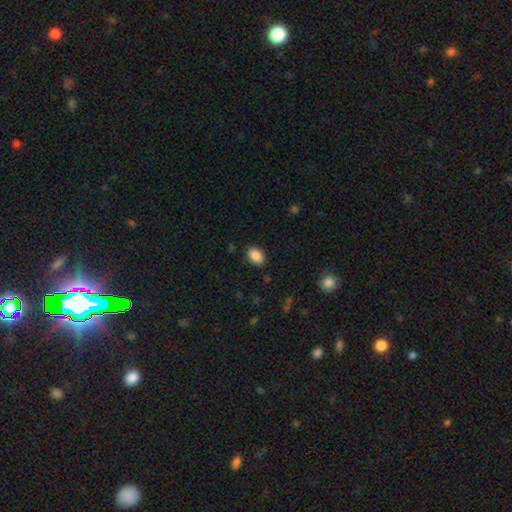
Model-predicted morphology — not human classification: Q: Smooth or featured?
A: smooth (89%); runner-up: star or artifact (7%)
Q: How rounded?
A: in between (88%); runner-up: round (11%)
Q: Merging?
A: none (86%); runner-up: minor disturbance (10%)